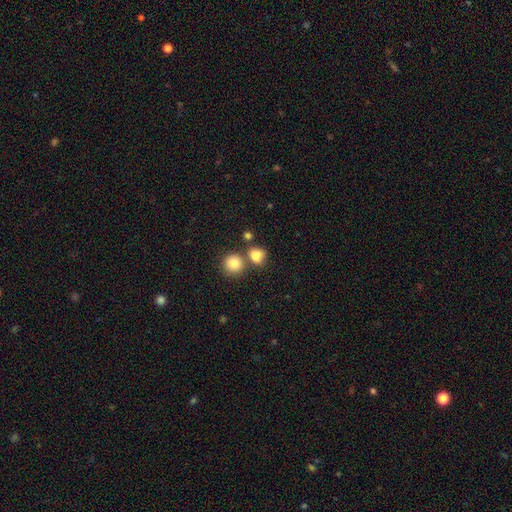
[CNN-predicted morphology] type=smooth (82%); roundness=round (63%); merging=none (51%).